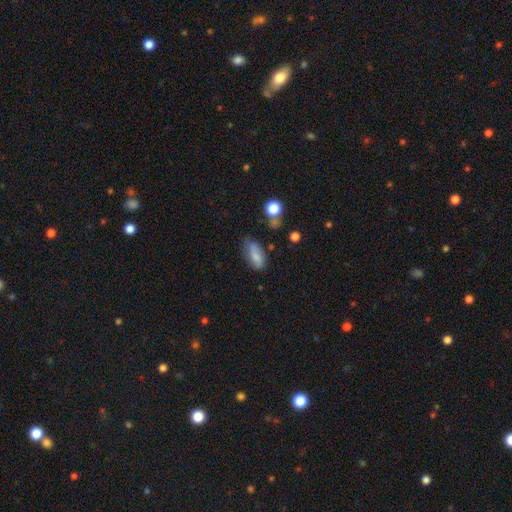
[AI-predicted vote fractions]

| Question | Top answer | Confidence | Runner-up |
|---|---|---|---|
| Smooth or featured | smooth | 77% | featured or disk (14%) |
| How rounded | in between | 86% | cigar-shaped (10%) |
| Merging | none | 56% | minor disturbance (29%) |